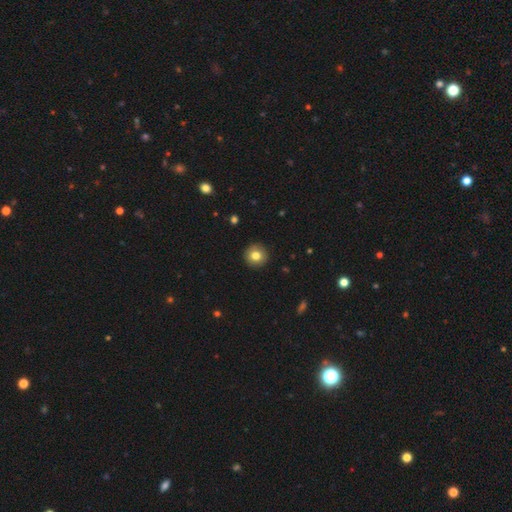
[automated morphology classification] smooth_or_featured: smooth (p=0.80) [alt: featured or disk p=0.10]
how_rounded: round (p=0.94) [alt: in between p=0.05]
merging: none (p=0.92) [alt: minor disturbance p=0.06]